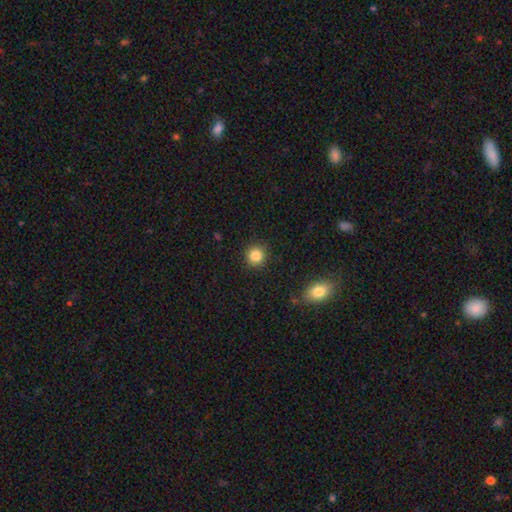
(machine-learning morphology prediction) smooth_or_featured: smooth (p=0.85) [alt: star or artifact p=0.11]
how_rounded: round (p=0.93) [alt: in between p=0.06]
merging: none (p=0.91) [alt: minor disturbance p=0.06]